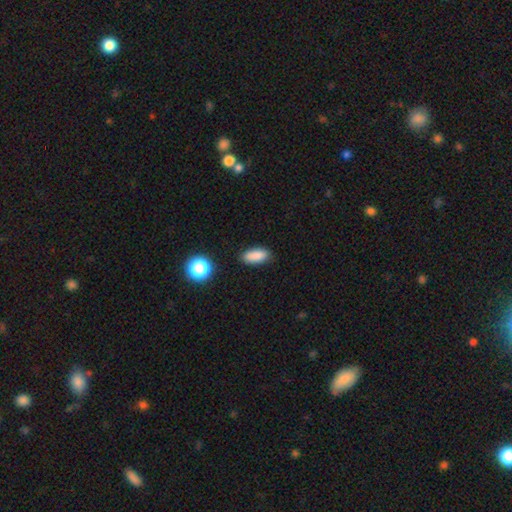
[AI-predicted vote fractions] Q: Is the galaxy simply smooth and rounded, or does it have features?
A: smooth — 86%.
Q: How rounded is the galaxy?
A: in between — 84%.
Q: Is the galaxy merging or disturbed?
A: none — 84%.